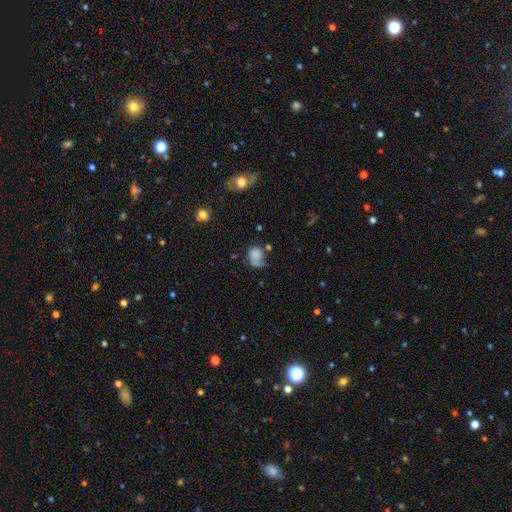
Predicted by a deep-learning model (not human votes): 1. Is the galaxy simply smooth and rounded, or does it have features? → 69% smooth, 20% featured or disk, 11% star or artifact.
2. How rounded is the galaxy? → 52% round, 46% in between, 1% cigar-shaped.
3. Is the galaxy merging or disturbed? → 34% none, 28% major disturbance, 28% minor disturbance, 9% merger.